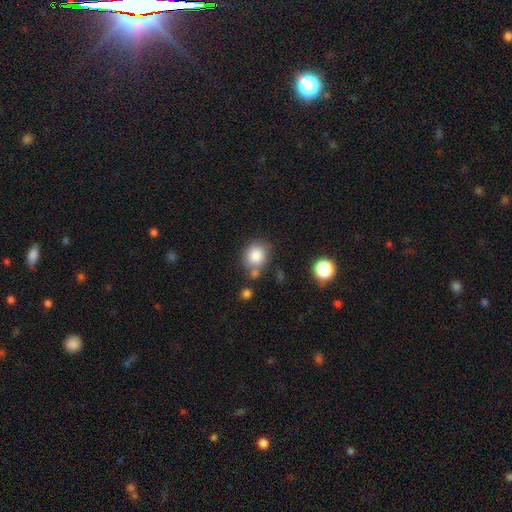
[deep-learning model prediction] A smooth galaxy with no disk features (84%) that is round (69%).

Vote fractions:
- Smooth or featured? smooth: 84% / star or artifact: 9% / featured or disk: 7%
- How rounded? round: 69% / in between: 30% / cigar-shaped: 1%
- Merging? none: 63% / minor disturbance: 16% / merger: 16% / major disturbance: 5%